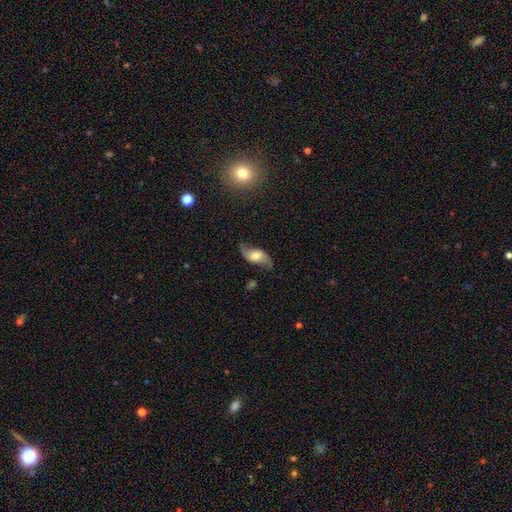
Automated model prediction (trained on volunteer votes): Smooth or featured?
  - featured or disk: 78% *
  - smooth: 15%
  - star or artifact: 7%
Edge-on disk?
  - no: 93% *
  - yes: 7%
Bar?
  - no: 53% *
  - weak: 36%
  - strong: 11%
Spiral arms?
  - yes: 94% *
  - no: 6%
Spiral winding?
  - loose: 80% *
  - medium: 16%
  - tight: 4%
Spiral arm count?
  - 2: 93% *
  - can't tell: 3%
  - 1: 2%
  - 3: 1%
  - 4: 1%
  - more than 4: 1%
Bulge size?
  - moderate: 60% *
  - small: 19%
  - large: 17%
  - none: 3%
  - dominant: 2%
Merging?
  - none: 75% *
  - minor disturbance: 17%
  - major disturbance: 7%
  - merger: 2%